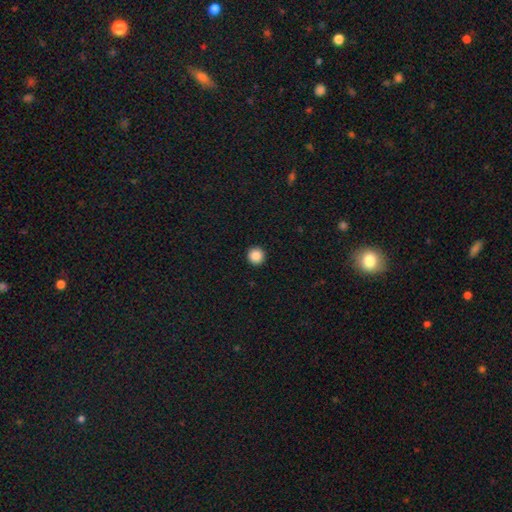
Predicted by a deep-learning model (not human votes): smooth 88%, star or artifact 10%, featured or disk 3%. Down the decision tree: how rounded — round (96%); merging — none (94%).